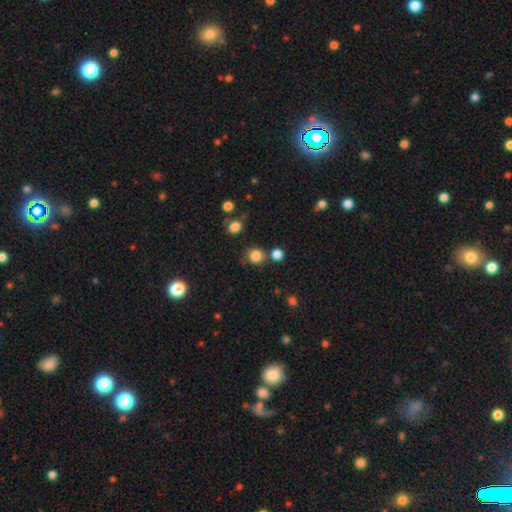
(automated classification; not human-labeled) smooth 82%, star or artifact 13%, featured or disk 5%. Down the decision tree: how rounded — round (89%); merging — none (72%).